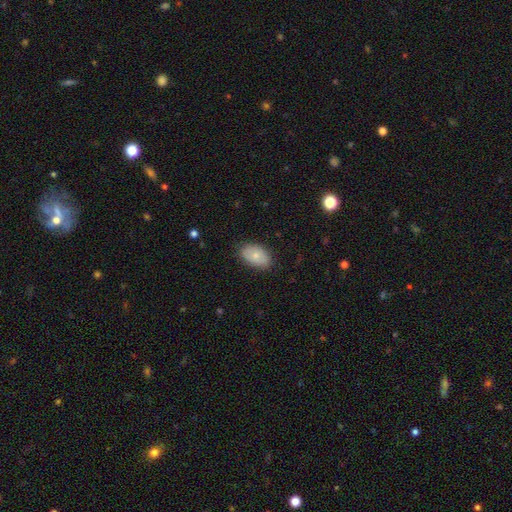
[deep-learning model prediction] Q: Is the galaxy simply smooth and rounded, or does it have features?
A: smooth — 77%.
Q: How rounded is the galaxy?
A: in between — 91%.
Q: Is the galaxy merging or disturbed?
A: none — 82%.